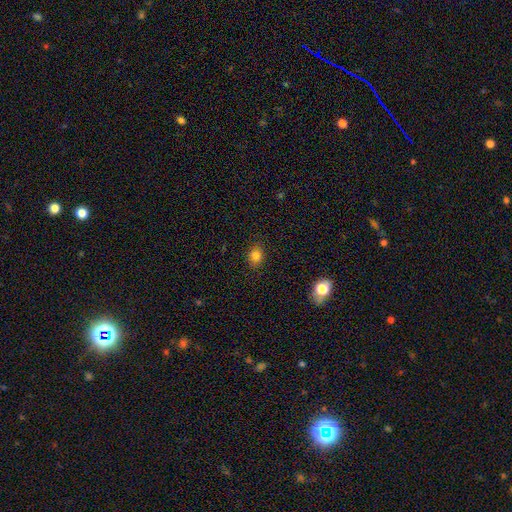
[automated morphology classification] type=smooth (80%); roundness=round (59%); merging=none (86%).